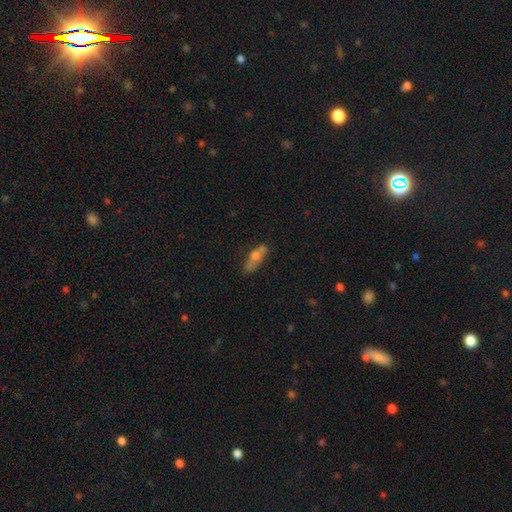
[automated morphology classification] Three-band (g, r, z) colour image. It shows a smooth galaxy with no disk features (52%) that is cigar-shaped (51%). Merging: none (62%).